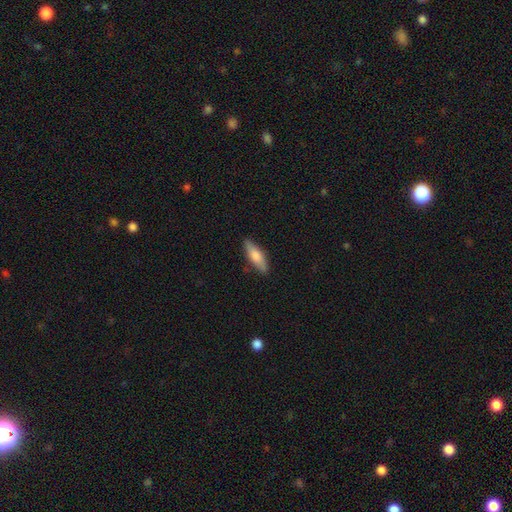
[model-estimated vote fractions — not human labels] Morphology: type=smooth (66%); roundness=cigar-shaped (55%); merging=none (87%).